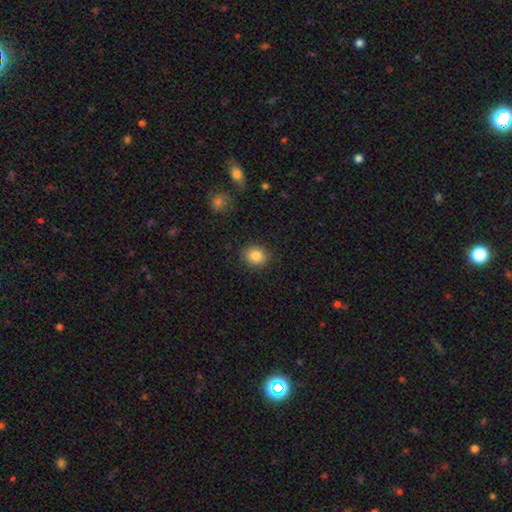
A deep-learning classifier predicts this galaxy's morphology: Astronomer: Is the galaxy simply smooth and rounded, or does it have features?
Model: smooth — 85%.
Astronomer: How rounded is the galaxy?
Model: round — 73%.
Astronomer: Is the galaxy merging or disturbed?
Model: none — 89%.